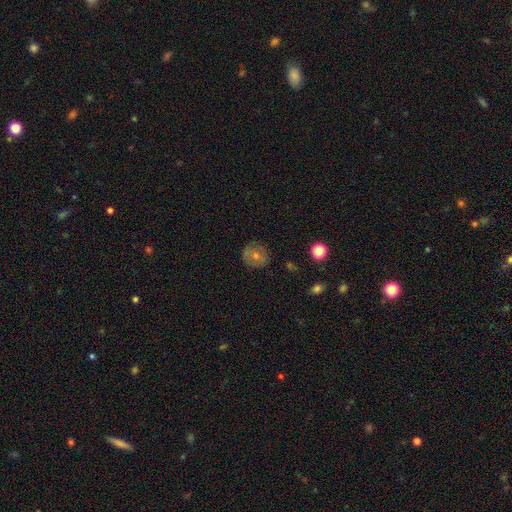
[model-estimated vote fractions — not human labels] smooth-or-featured: smooth: 44% | featured or disk: 42% | star or artifact: 14%
  merging: none: 80% | minor disturbance: 14% | major disturbance: 4% | merger: 1%